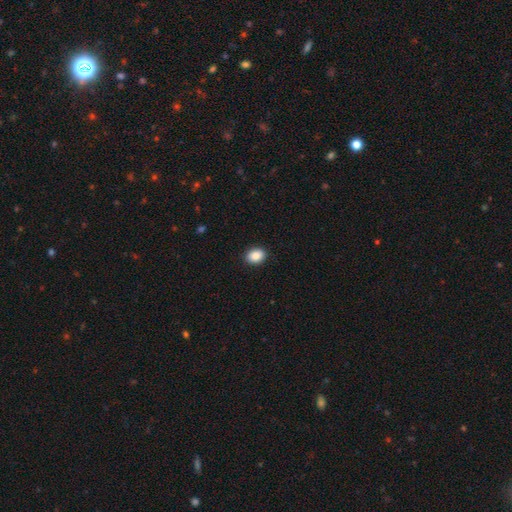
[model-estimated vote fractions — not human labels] A smooth galaxy with no disk features (89%) that is in between round and cigar-shaped (66%).

Vote fractions:
- Smooth or featured? smooth: 89% / star or artifact: 8% / featured or disk: 4%
- How rounded? in between: 66% / round: 33% / cigar-shaped: 1%
- Merging? none: 91% / minor disturbance: 7% / major disturbance: 2% / merger: 1%